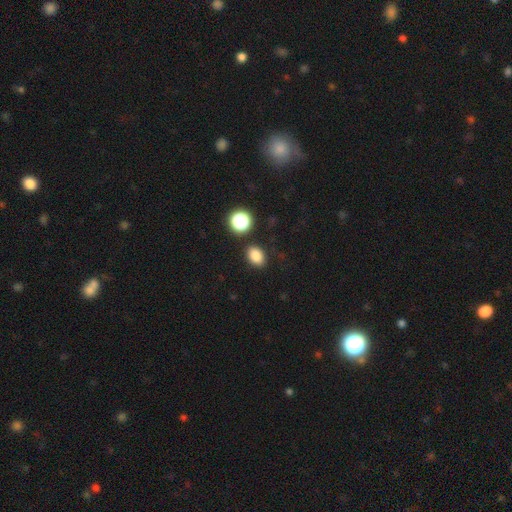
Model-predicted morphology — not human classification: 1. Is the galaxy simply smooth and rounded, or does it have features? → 84% smooth, 12% star or artifact, 4% featured or disk.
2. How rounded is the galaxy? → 73% in between, 25% round, 1% cigar-shaped.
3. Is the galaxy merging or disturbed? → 84% none, 9% minor disturbance, 4% merger, 3% major disturbance.